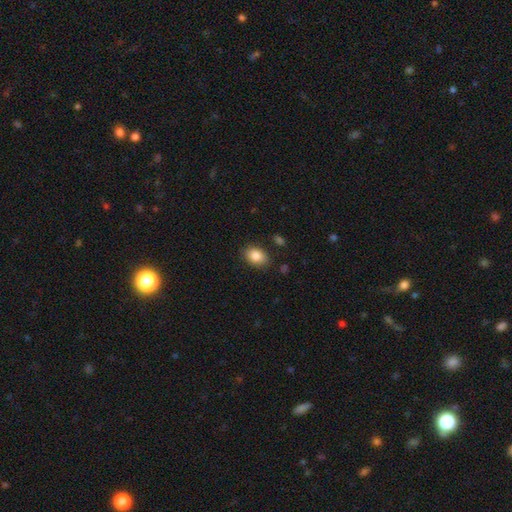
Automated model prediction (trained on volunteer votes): Overall: smooth (86%). How rounded: in between (81%). Merging: none (85%).